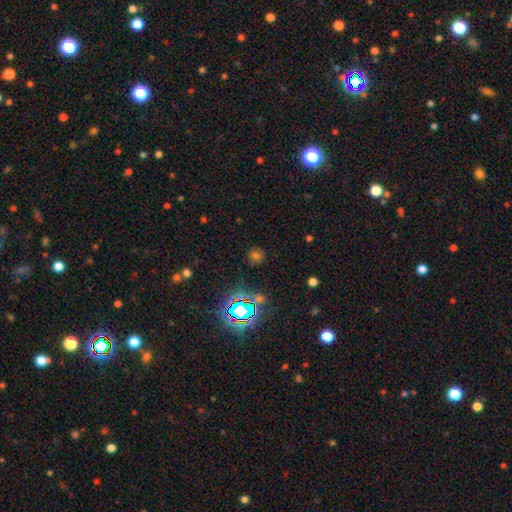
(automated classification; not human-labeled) Smooth or featured?
  - star or artifact: 47% *
  - smooth: 45%
  - featured or disk: 8%